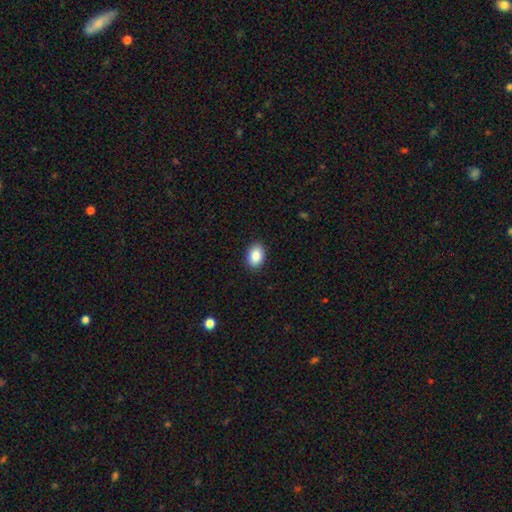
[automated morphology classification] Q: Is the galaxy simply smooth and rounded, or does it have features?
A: smooth — 87%.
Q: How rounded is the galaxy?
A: in between — 77%.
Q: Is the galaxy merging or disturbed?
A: none — 90%.